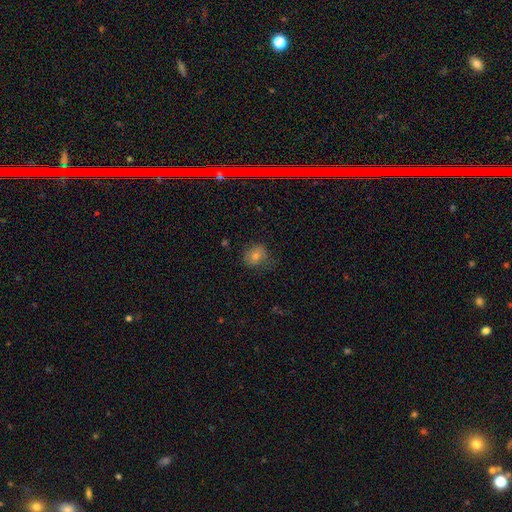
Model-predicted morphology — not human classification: Overall: smooth (57%; star or artifact 24%). How rounded: round (70%). Merging: none (72%).